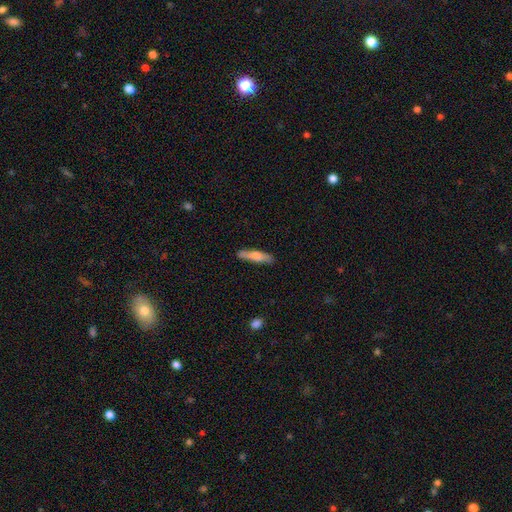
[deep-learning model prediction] Smooth or featured? smooth (66%)
How rounded? cigar-shaped (82%)
Merging? none (82%)